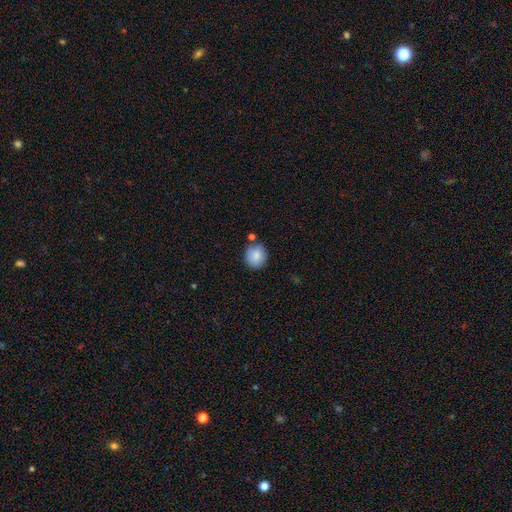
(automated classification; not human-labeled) Morphology: type=smooth (85%); roundness=round (78%); merging=none (75%).